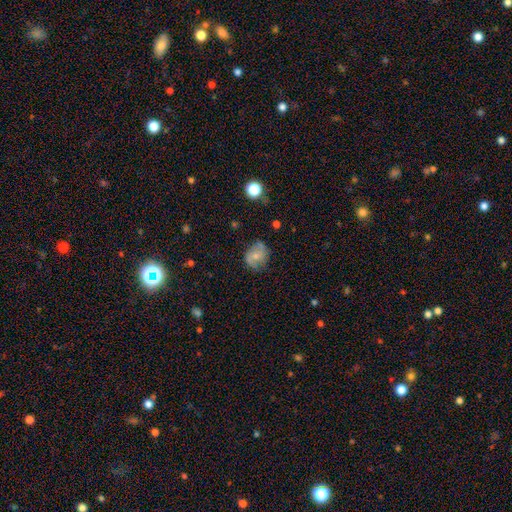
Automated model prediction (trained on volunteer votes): A featured or disk galaxy (47%).

Vote fractions:
- Smooth or featured? featured or disk: 47% / smooth: 44% / star or artifact: 9%
- Merging? none: 63% / minor disturbance: 25% / major disturbance: 9% / merger: 2%